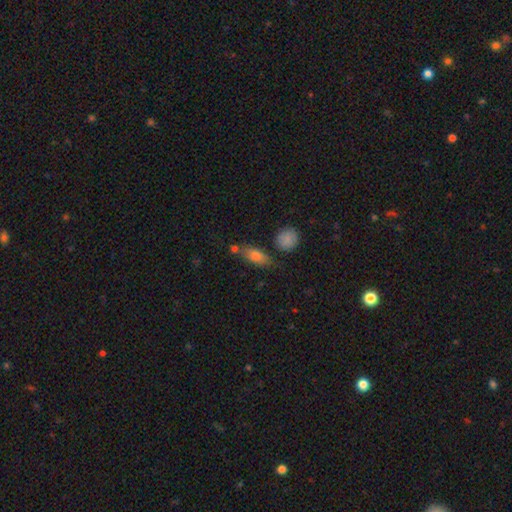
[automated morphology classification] Smooth or featured?
  - smooth: 73% *
  - featured or disk: 17%
  - star or artifact: 10%
How rounded?
  - in between: 70% *
  - cigar-shaped: 23%
  - round: 7%
Merging?
  - none: 65% *
  - minor disturbance: 18%
  - merger: 11%
  - major disturbance: 6%